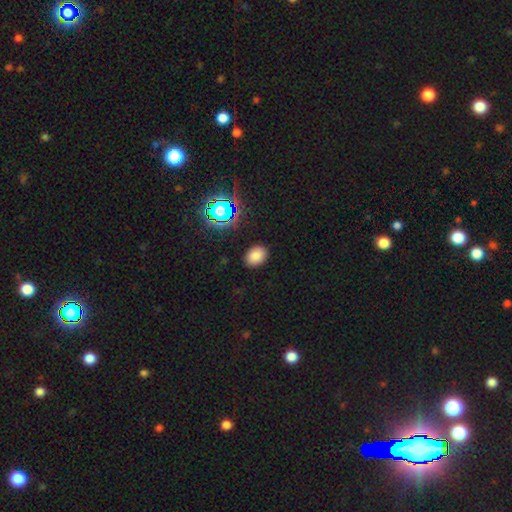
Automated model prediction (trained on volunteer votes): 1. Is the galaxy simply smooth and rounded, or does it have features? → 79% smooth, 15% star or artifact, 6% featured or disk.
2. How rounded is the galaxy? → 68% in between, 31% round, 1% cigar-shaped.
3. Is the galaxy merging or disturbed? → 88% none, 9% minor disturbance, 2% major disturbance, 1% merger.